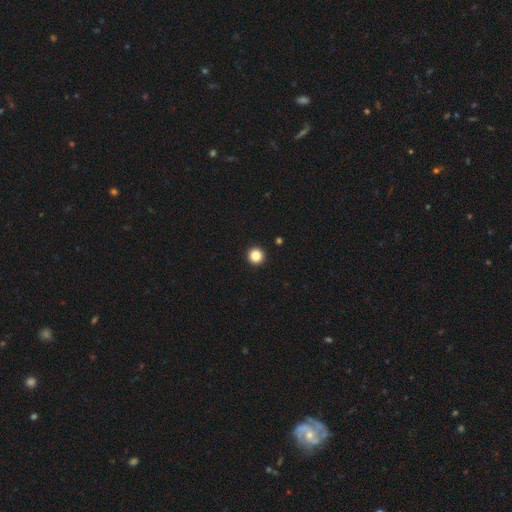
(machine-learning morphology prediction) Overall: smooth (85%). How rounded: round (96%). Merging: none (95%).